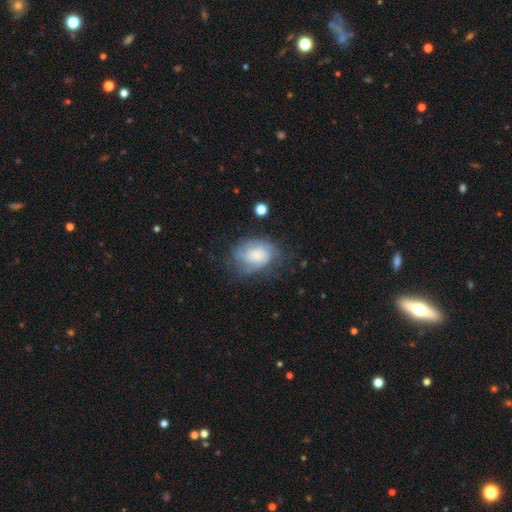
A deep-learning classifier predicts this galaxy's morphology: smooth-or-featured: featured or disk: 60% | smooth: 31% | star or artifact: 9%
  disk-edge-on: no: 97% | yes: 3%
    bar: no: 75% | weak: 21% | strong: 3%
    has-spiral-arms: yes: 84% | no: 16%
    bulge-size: small: 35% | moderate: 26% | large: 19% | none: 17% | dominant: 4%
  merging: none: 58% | minor disturbance: 25% | major disturbance: 15% | merger: 2%